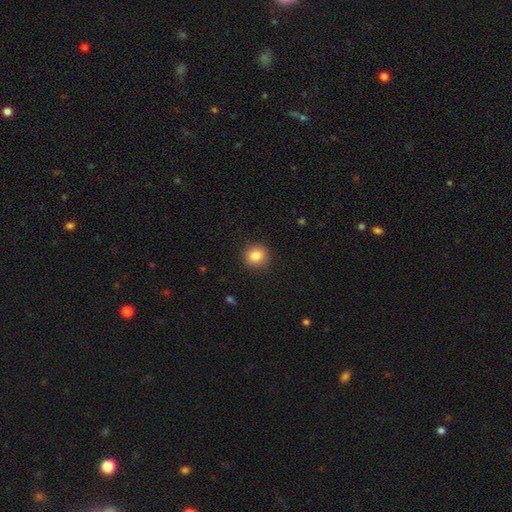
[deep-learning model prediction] Morphology: type=smooth (85%); roundness=round (85%); merging=none (91%).